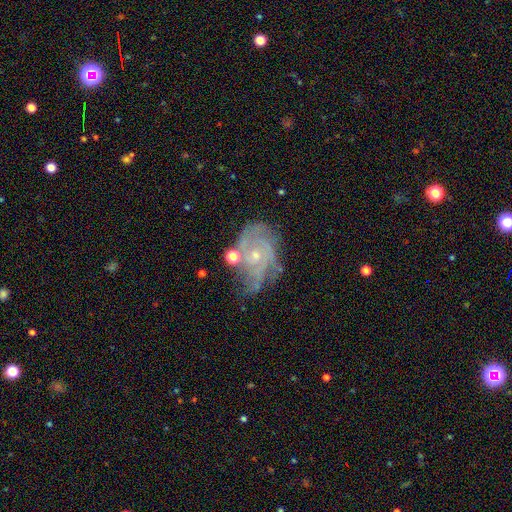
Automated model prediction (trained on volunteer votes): The model was most divided on "spiral arm count": can't tell: 36%, 3: 20%, 2: 19%, 4: 12%, more than 4: 6%, 1: 6%. More confident: edge-on disk — no (97%); spiral arms — yes (91%); smooth or featured — featured or disk (79%); bulge size — small (74%); bar — no (73%); merging — none (56%); spiral winding — tight (55%).